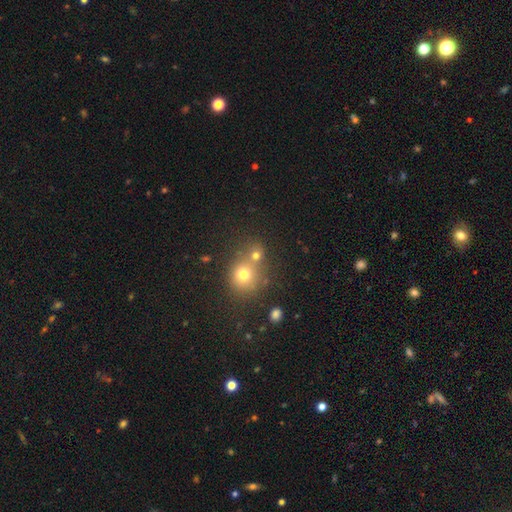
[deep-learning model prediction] This appears to be a smooth galaxy with no disk features (71%) that is round (80%). Merging: none (48%).